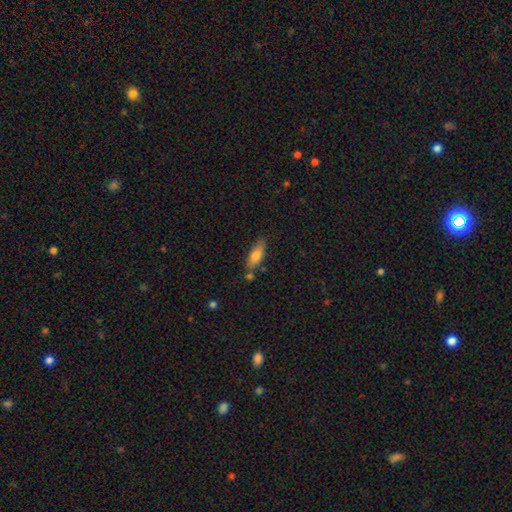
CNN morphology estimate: type=smooth (75%); roundness=in between (66%); merging=none (63%).